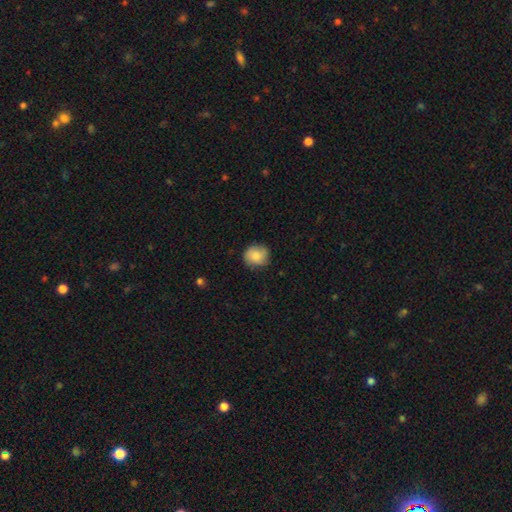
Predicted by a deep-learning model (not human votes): Q: Smooth or featured?
A: smooth (76%); runner-up: featured or disk (16%)
Q: How rounded?
A: round (80%); runner-up: in between (19%)
Q: Merging?
A: none (76%); runner-up: minor disturbance (19%)